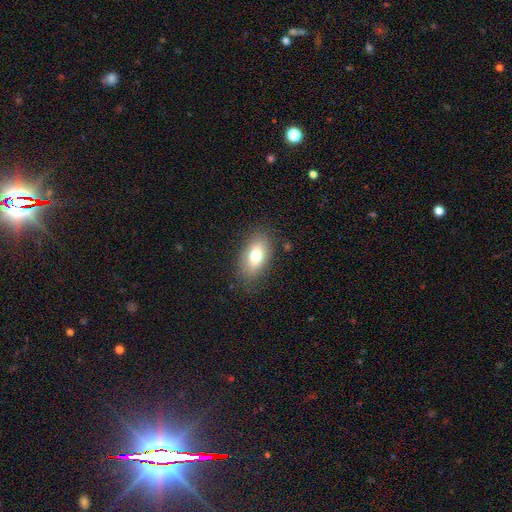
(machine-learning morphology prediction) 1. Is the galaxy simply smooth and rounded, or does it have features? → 74% smooth, 17% featured or disk, 9% star or artifact.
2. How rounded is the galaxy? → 89% in between, 7% round, 4% cigar-shaped.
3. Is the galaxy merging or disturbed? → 83% none, 12% minor disturbance, 4% major disturbance, 1% merger.